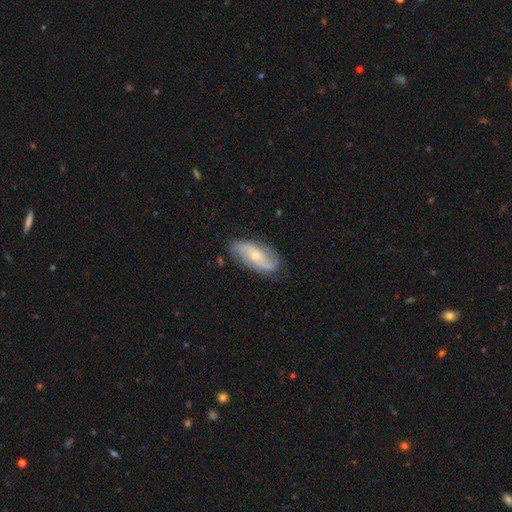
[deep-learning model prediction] Overall: featured or disk (74%). Edge-on disk: no (93%). Bar: no (57%; weak 34%). Spiral arms: yes (94%). Spiral arm count: 2 (79%). Spiral winding: loose (46%; medium 37%). Bulge size: small (58%; moderate 36%). Merging: none (76%).